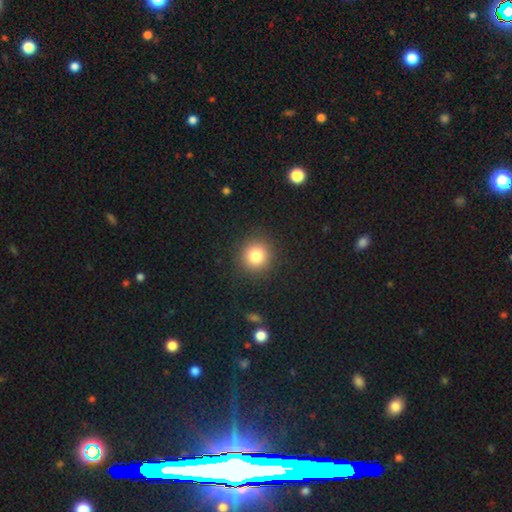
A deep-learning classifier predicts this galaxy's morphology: This is clearly a smooth galaxy (82%). How rounded: clearly round (91%). Merging: clearly none (90%).